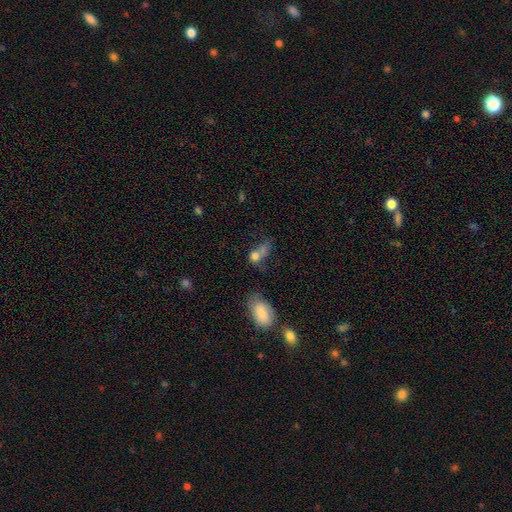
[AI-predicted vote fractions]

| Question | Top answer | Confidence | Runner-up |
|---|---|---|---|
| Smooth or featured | smooth | 70% | featured or disk (17%) |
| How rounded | in between | 56% | round (40%) |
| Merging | merger | 36% | none (29%) |